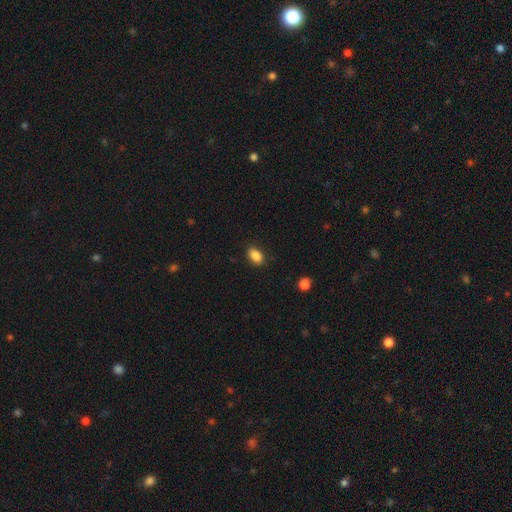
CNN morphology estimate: Smooth or featured: smooth — 88% (star or artifact — 9%)
How rounded: in between — 87% (round — 11%)
Merging: none — 86% (minor disturbance — 10%)